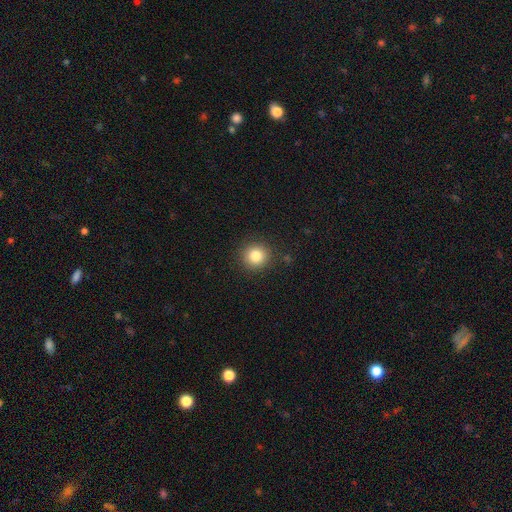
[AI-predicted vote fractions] smooth 83%, star or artifact 11%, featured or disk 6%. Down the decision tree: how rounded — round (93%); merging — none (90%).